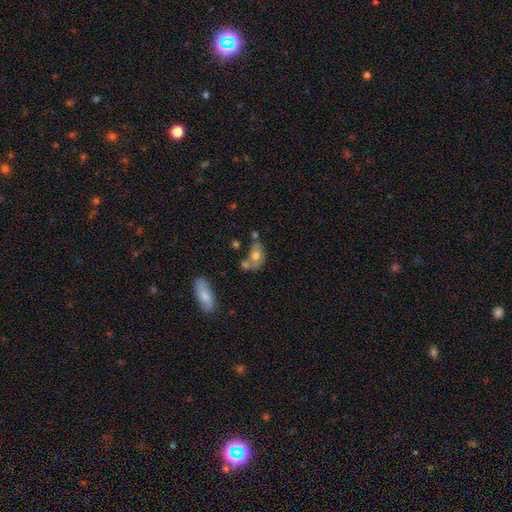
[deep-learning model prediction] The model was most divided on "merging" (2-way tie): none: 36%, merger: 36%, minor disturbance: 18%, major disturbance: 10%. More confident: how rounded — in between (82%); smooth or featured — smooth (65%).